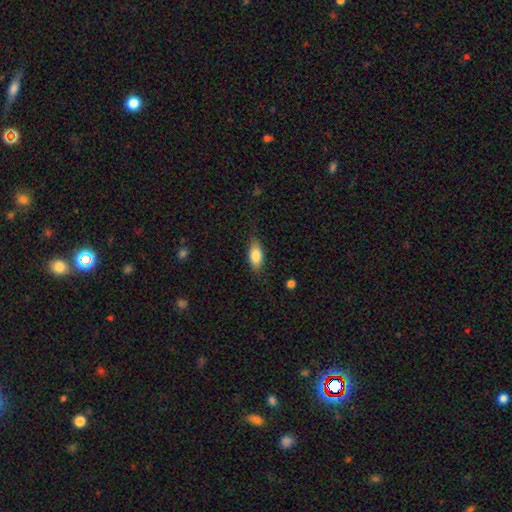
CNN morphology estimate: Overall: smooth (79%). How rounded: in between (84%). Merging: none (79%).